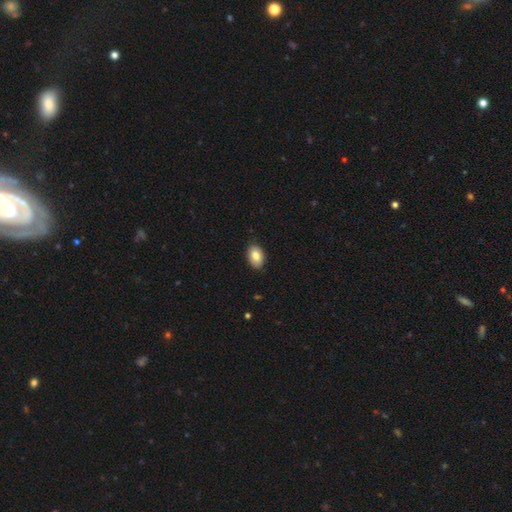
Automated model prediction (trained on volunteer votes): Smooth or featured?
  - smooth: 83% *
  - featured or disk: 10%
  - star or artifact: 7%
How rounded?
  - in between: 90% *
  - round: 9%
  - cigar-shaped: 1%
Merging?
  - none: 87% *
  - minor disturbance: 10%
  - major disturbance: 2%
  - merger: 1%